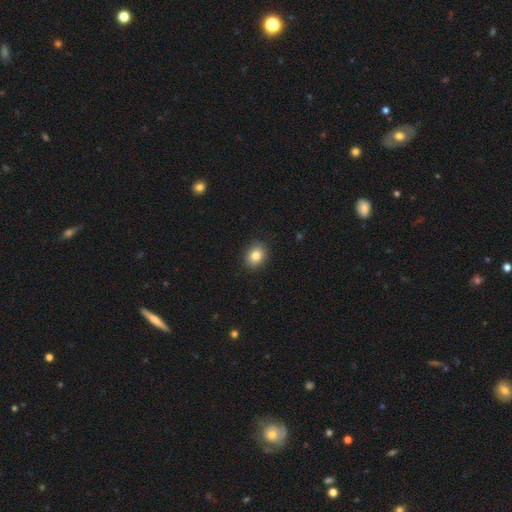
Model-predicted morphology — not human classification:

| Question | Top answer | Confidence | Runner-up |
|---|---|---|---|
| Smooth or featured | smooth | 83% | star or artifact (9%) |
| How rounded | in between | 51% | round (48%) |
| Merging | none | 88% | minor disturbance (9%) |